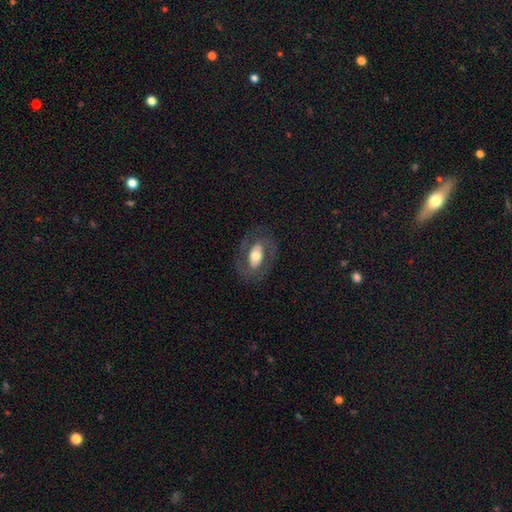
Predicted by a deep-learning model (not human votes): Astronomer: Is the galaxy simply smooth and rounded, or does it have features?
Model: featured or disk — 55% (runner-up: smooth, 38%).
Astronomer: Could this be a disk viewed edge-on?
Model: no — 92%.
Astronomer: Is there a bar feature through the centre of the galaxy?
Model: no — 53%.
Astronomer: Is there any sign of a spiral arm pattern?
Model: no — 52% (runner-up: yes, 48%).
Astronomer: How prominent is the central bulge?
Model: moderate — 59%.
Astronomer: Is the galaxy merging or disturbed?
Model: none — 76%.